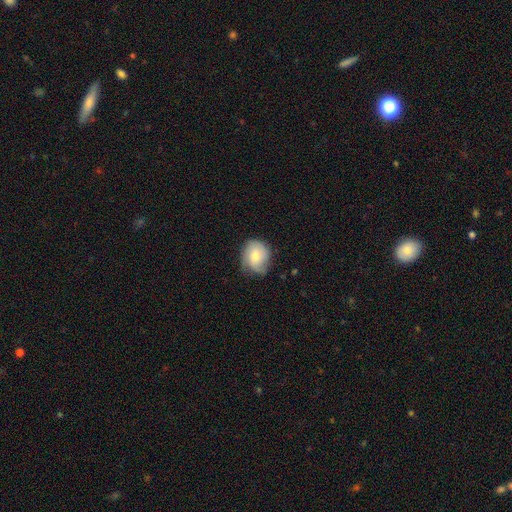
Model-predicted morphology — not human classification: Smooth or featured? smooth (62%)
How rounded? round (64%)
Merging? none (56%)